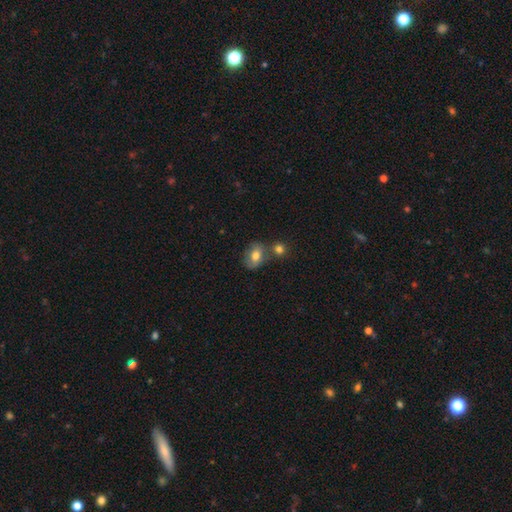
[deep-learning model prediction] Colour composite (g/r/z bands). It shows a smooth galaxy with no disk features (73%) that is in between round and cigar-shaped (65%). Merging: none (54%).